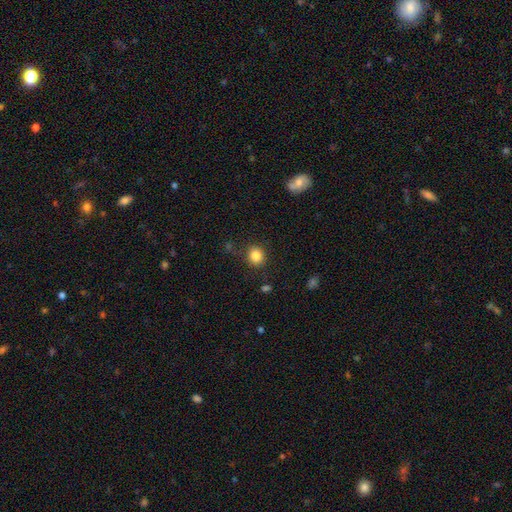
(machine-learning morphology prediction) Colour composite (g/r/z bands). It shows a smooth galaxy with no disk features (85%) that is round (81%). Merging: none (85%).